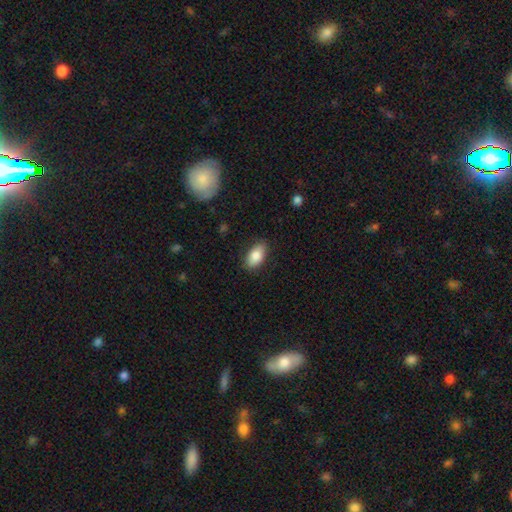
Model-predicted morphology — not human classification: Overall: smooth (85%). How rounded: in between (92%). Merging: none (85%).